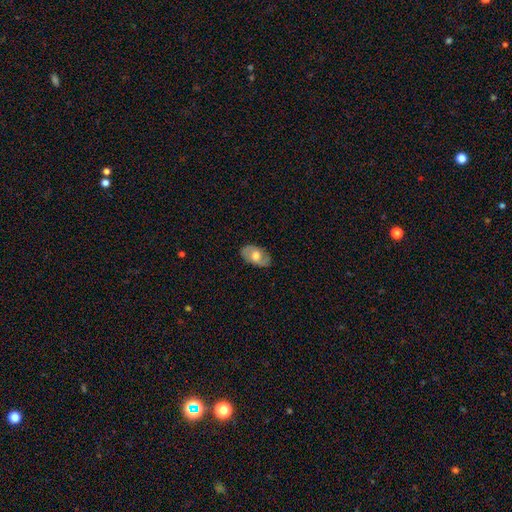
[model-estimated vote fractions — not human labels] A featured or disk galaxy (47%). Merging: none (83%).